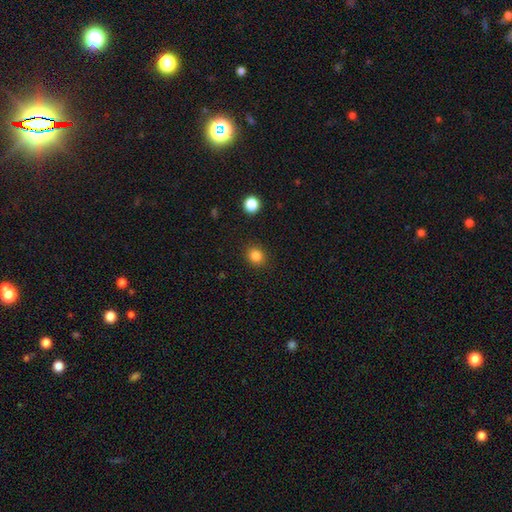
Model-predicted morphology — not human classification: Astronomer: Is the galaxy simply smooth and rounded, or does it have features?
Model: smooth — 84%.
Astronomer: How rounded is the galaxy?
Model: round — 77%.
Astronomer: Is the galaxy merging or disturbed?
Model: none — 89%.